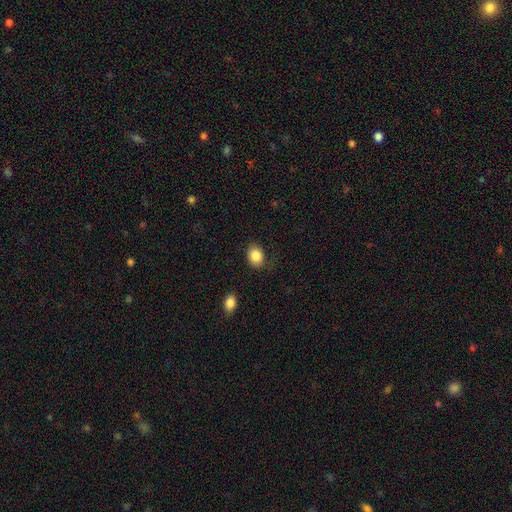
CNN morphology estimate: This appears to be a smooth galaxy with no disk features (86%) that is in between round and cigar-shaped (53%). Merging: none (75%).